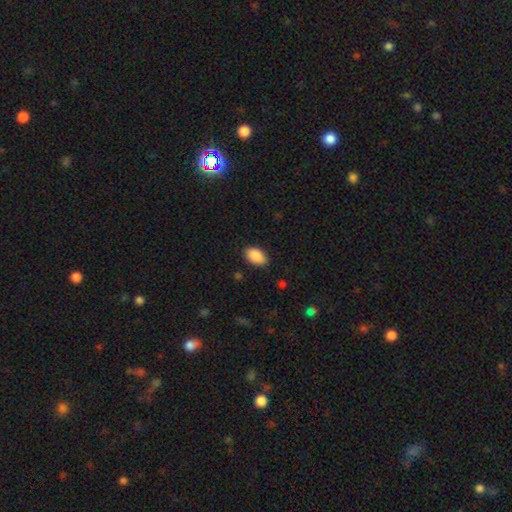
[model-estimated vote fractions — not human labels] Overall: smooth (90%). How rounded: in between (93%). Merging: none (85%).